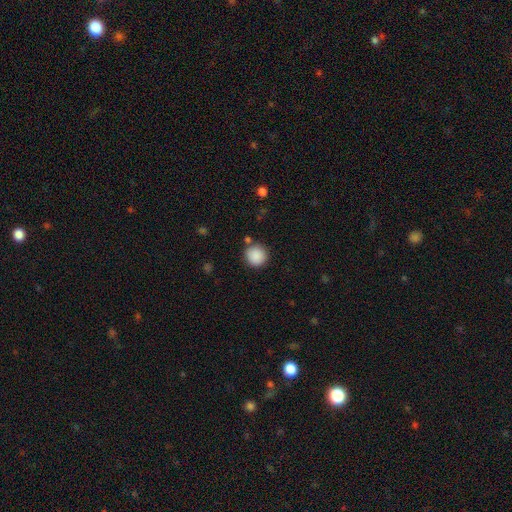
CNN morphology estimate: The model was most divided on "merging": none: 82%, minor disturbance: 9%, merger: 5%, major disturbance: 3%. More confident: how rounded — round (94%); smooth or featured — smooth (89%).